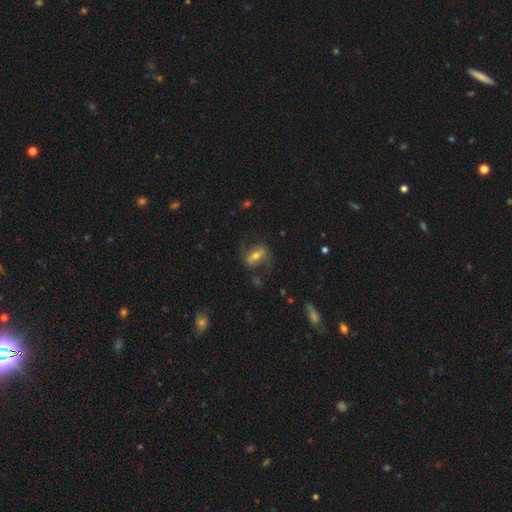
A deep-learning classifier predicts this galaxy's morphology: A featured or disk galaxy (52%).

Vote fractions:
- Smooth or featured? featured or disk: 52% / smooth: 38% / star or artifact: 10%
- Edge-on disk? no: 84% / yes: 16%
- Merging? none: 64% / minor disturbance: 18% / major disturbance: 15% / merger: 3%